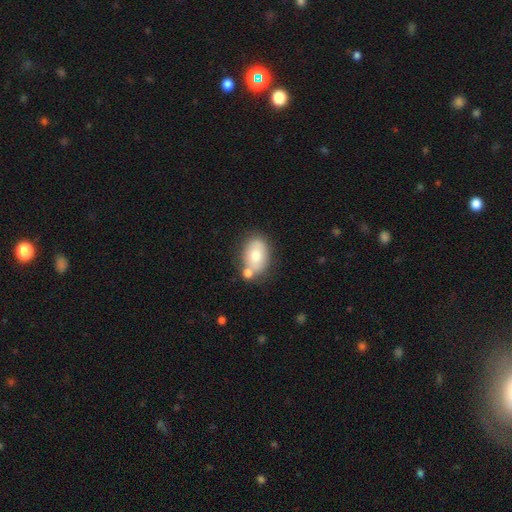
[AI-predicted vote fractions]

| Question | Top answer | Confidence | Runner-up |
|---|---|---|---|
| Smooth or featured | smooth | 68% | featured or disk (24%) |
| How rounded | in between | 81% | round (17%) |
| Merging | none | 59% | merger (19%) |